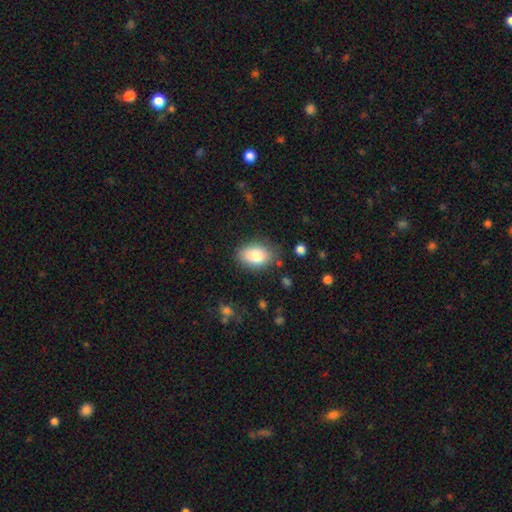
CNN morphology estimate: This appears to be a smooth galaxy with no disk features (81%) that is in between round and cigar-shaped (86%). Merging: none (81%).